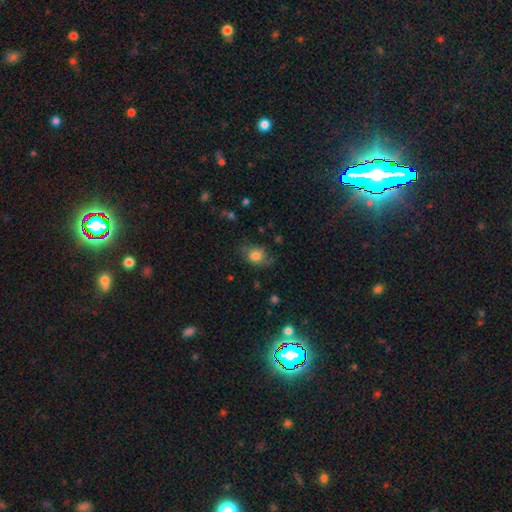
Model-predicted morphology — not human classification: Smooth or featured? Predicted: smooth (p=0.76). How rounded? Predicted: in between (p=0.59). Merging? Predicted: none (p=0.63).